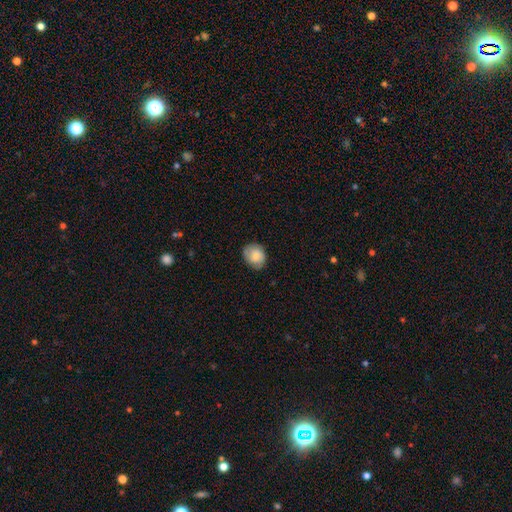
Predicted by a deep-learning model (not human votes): A smooth galaxy with no disk features (79%) that is round (62%). Merging: none (75%).